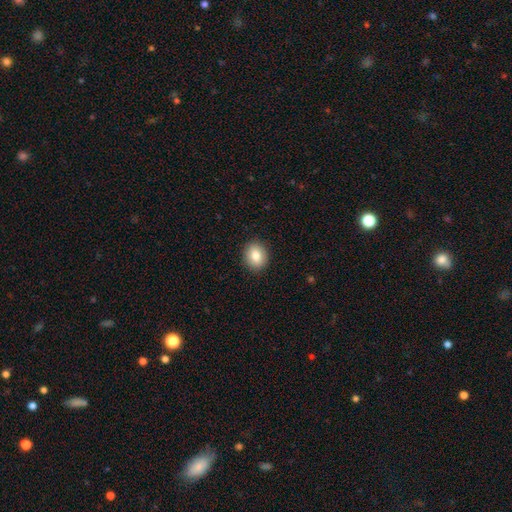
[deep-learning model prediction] smooth_or_featured: smooth (p=0.84) [alt: star or artifact p=0.08]
how_rounded: round (p=0.58) [alt: in between p=0.41]
merging: none (p=0.90) [alt: minor disturbance p=0.07]